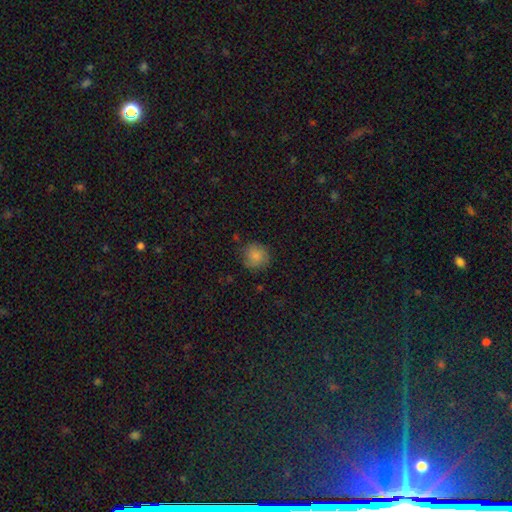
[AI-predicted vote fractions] A smooth galaxy with no disk features (84%) that is round (90%). Merging: none (79%).